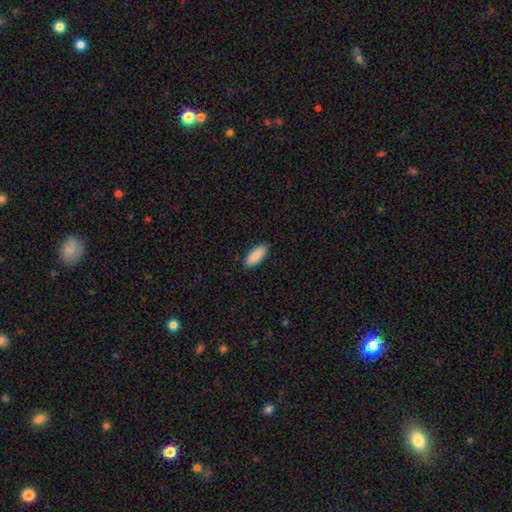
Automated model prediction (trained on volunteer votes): The model was most divided on "how rounded": in between: 81%, cigar-shaped: 17%, round: 2%. More confident: smooth or featured — smooth (90%); merging — none (88%).